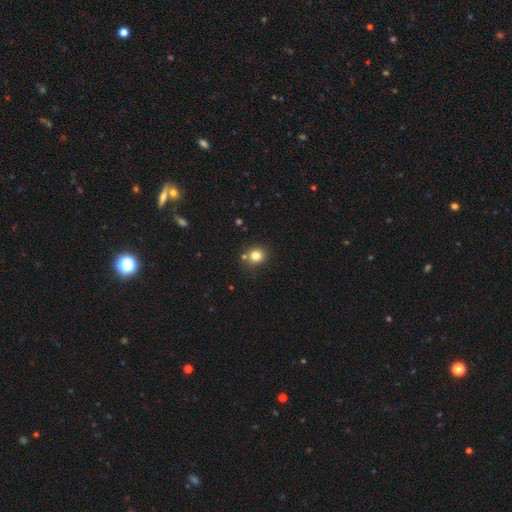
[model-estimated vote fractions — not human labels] A smooth galaxy with no disk features (81%) that is round (79%).

Vote fractions:
- Smooth or featured? smooth: 81% / star or artifact: 12% / featured or disk: 7%
- How rounded? round: 79% / in between: 20% / cigar-shaped: 1%
- Merging? none: 78% / minor disturbance: 10% / merger: 9% / major disturbance: 3%